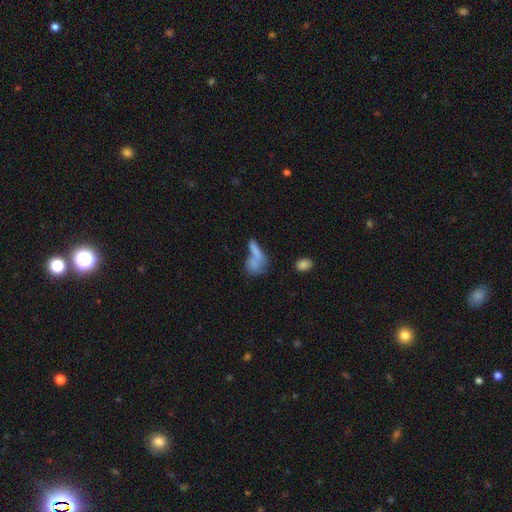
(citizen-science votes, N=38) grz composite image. It shows a smooth galaxy with no disk features (66%) that is in between round and cigar-shaped (56%). Merging: merger (42%).